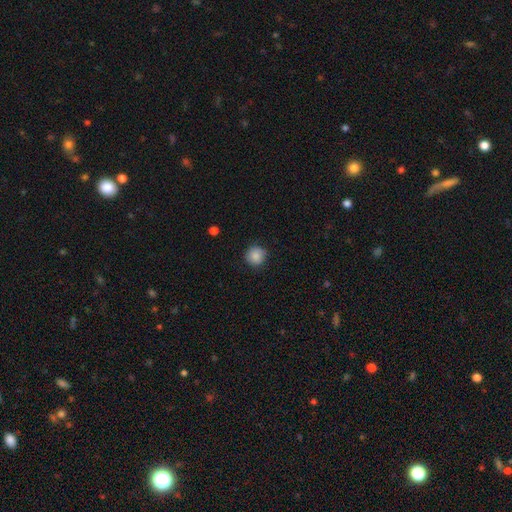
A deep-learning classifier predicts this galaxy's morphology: Smooth or featured: smooth — 86% (star or artifact — 9%)
How rounded: round — 93% (in between — 6%)
Merging: none — 83% (minor disturbance — 13%)